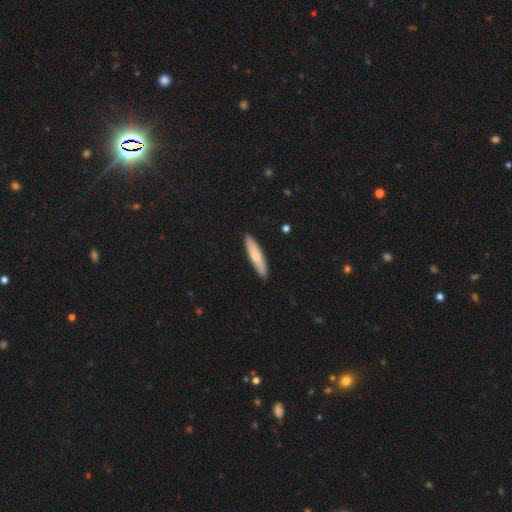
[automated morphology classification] smooth-or-featured: smooth: 73% | featured or disk: 22% | star or artifact: 5%
  how-rounded: cigar-shaped: 83% | in between: 15% | round: 1%
  merging: none: 91% | minor disturbance: 7% | major disturbance: 1% | merger: 1%